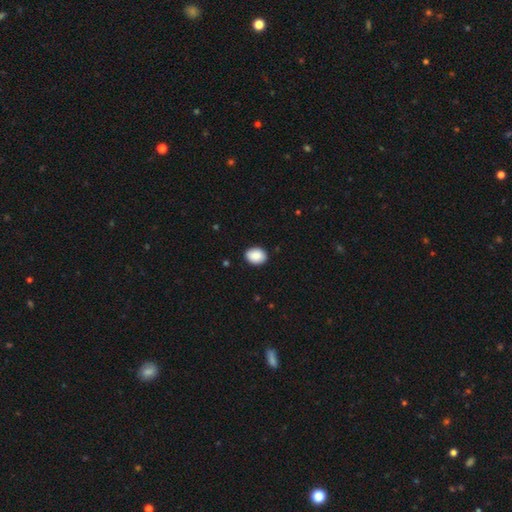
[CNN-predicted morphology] type=smooth (90%); roundness=in between (65%); merging=none (88%).